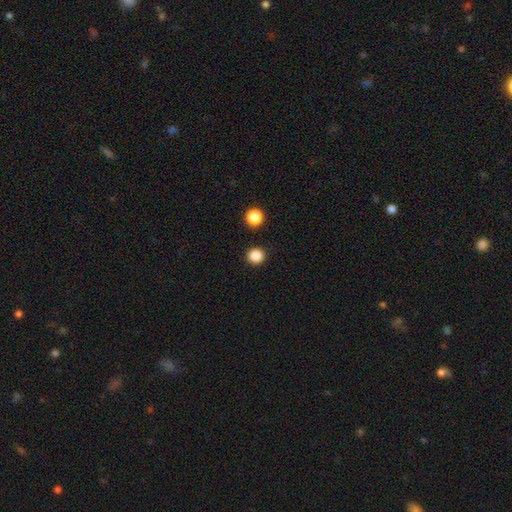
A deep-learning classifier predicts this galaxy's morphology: smooth-or-featured: smooth: 85% | star or artifact: 12% | featured or disk: 3%
  how-rounded: round: 91% | in between: 8% | cigar-shaped: 1%
  merging: none: 91% | minor disturbance: 5% | major disturbance: 2% | merger: 2%